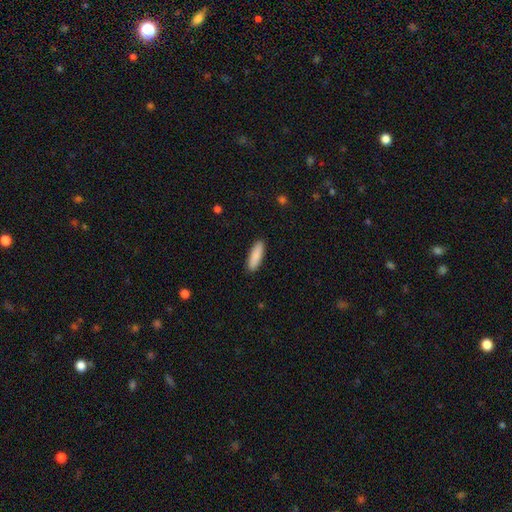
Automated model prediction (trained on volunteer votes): Q: Smooth or featured?
A: smooth (88%); runner-up: featured or disk (7%)
Q: How rounded?
A: cigar-shaped (52%); runner-up: in between (46%)
Q: Merging?
A: none (90%); runner-up: minor disturbance (7%)